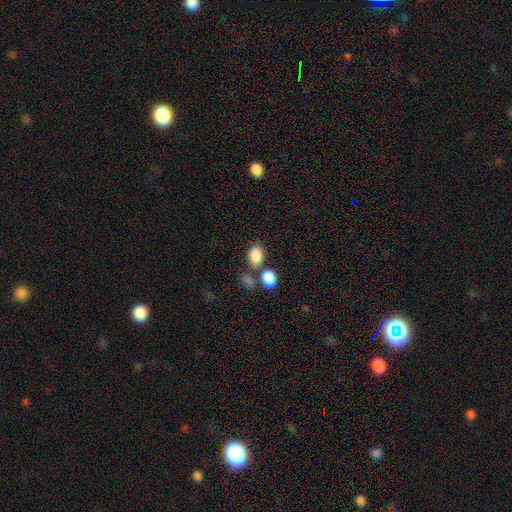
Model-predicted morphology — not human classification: The model was most divided on "merging": none: 57%, merger: 27%, minor disturbance: 12%, major disturbance: 4%. More confident: smooth or featured — smooth (86%); how rounded — in between (83%).